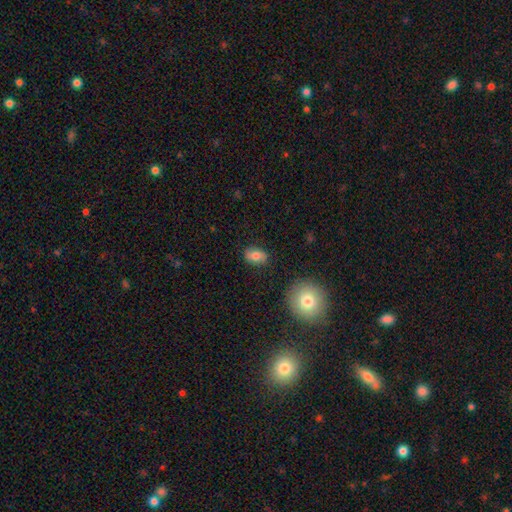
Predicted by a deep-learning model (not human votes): smooth 80%, featured or disk 11%, star or artifact 9%. Down the decision tree: how rounded — in between (86%); merging — none (81%).